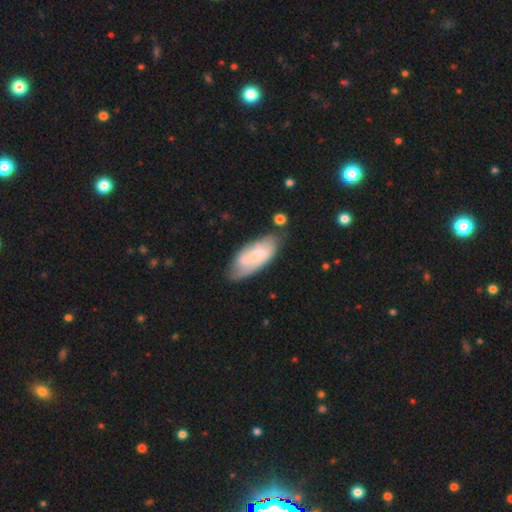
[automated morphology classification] smooth-or-featured: featured or disk: 55% | smooth: 39% | star or artifact: 6%
  disk-edge-on: no: 91% | yes: 9%
  merging: none: 65% | minor disturbance: 24% | major disturbance: 7% | merger: 4%